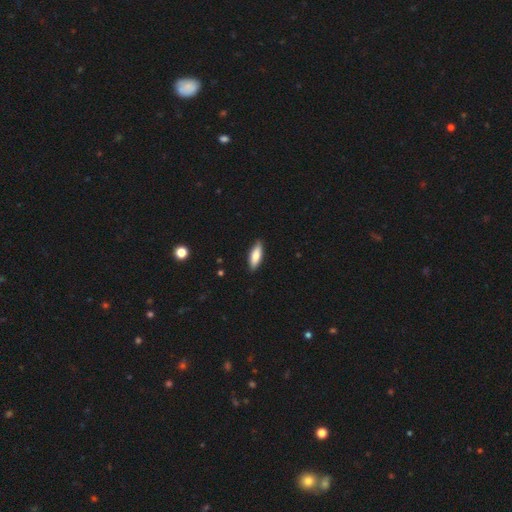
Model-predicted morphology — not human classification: Overall: smooth (76%). How rounded: in between (58%; cigar-shaped 40%). Merging: none (88%).